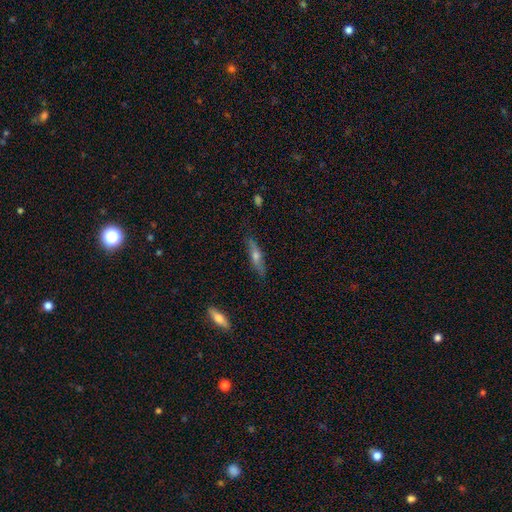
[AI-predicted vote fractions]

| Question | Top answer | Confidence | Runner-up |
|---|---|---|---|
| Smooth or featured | featured or disk | 54% | smooth (38%) |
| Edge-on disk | yes | 90% | no (10%) |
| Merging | none | 83% | minor disturbance (13%) |